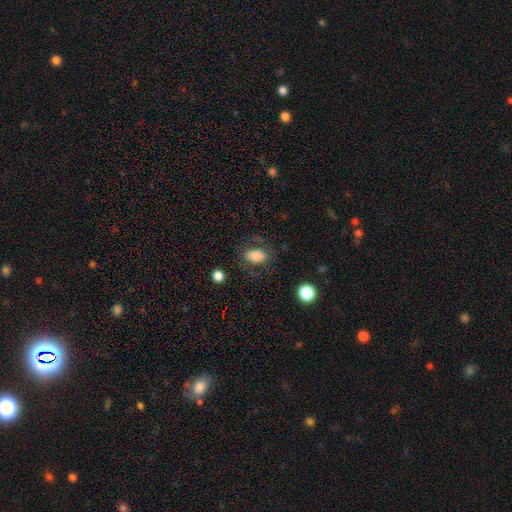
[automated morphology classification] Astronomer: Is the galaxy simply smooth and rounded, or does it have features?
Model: smooth — 75%.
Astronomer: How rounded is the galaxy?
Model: in between — 83%.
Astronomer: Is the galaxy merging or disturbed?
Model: none — 71%.